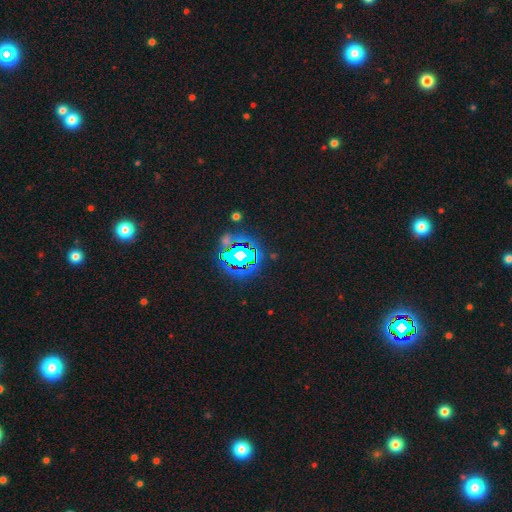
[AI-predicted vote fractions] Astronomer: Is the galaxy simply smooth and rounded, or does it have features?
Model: star or artifact — 84%.